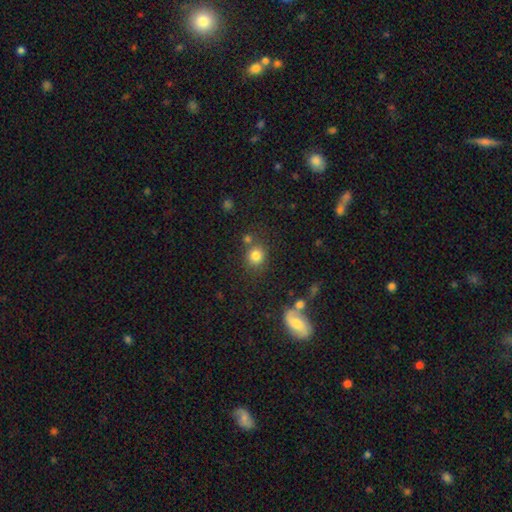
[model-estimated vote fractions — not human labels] smooth_or_featured: smooth (p=0.81) [alt: star or artifact p=0.13]
how_rounded: round (p=0.83) [alt: in between p=0.16]
merging: none (p=0.72) [alt: merger p=0.13]